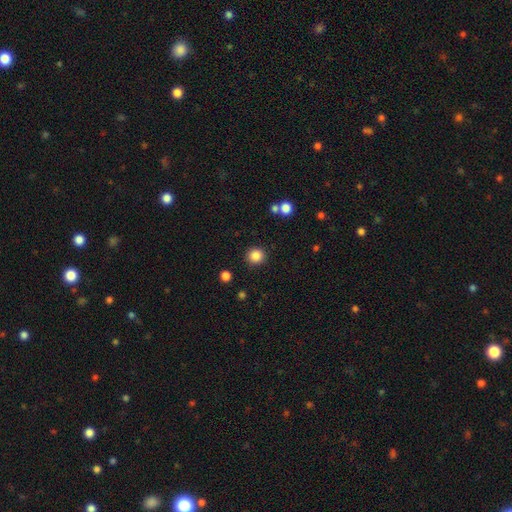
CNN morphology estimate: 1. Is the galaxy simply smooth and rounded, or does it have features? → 86% smooth, 11% star or artifact, 4% featured or disk.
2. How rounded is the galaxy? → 93% round, 6% in between, 1% cigar-shaped.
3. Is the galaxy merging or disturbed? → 91% none, 5% minor disturbance, 2% major disturbance, 2% merger.